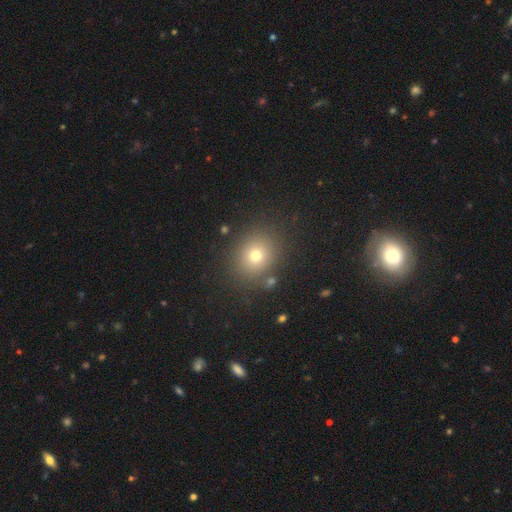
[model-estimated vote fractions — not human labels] This is likely a smooth galaxy (72%). How rounded: likely round (77%). Merging: clearly none (85%).